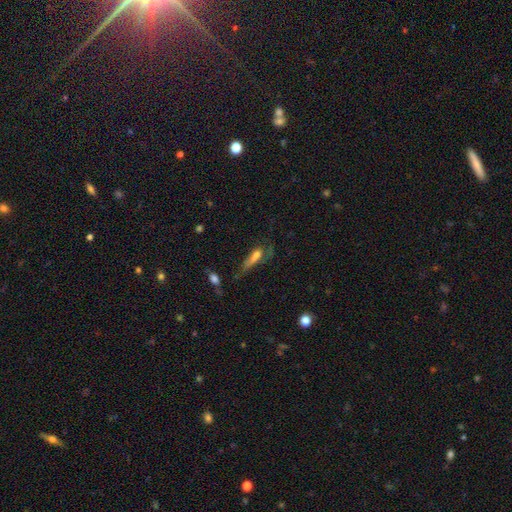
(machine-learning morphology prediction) Smooth or featured?
  - smooth: 49% *
  - featured or disk: 34%
  - star or artifact: 17%
Merging?
  - none: 35% *
  - major disturbance: 32%
  - minor disturbance: 22%
  - merger: 11%